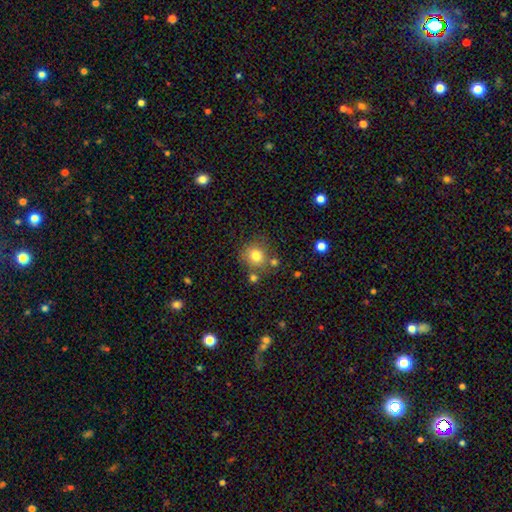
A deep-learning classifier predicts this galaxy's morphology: Smooth or featured? Predicted: smooth (p=0.79). How rounded? Predicted: round (p=0.88). Merging? Predicted: none (p=0.72).